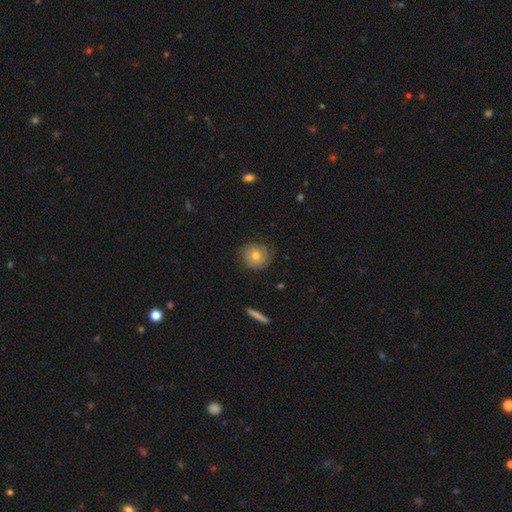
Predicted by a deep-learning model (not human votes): Morphology: type=smooth (66%); roundness=round (87%); merging=none (79%).